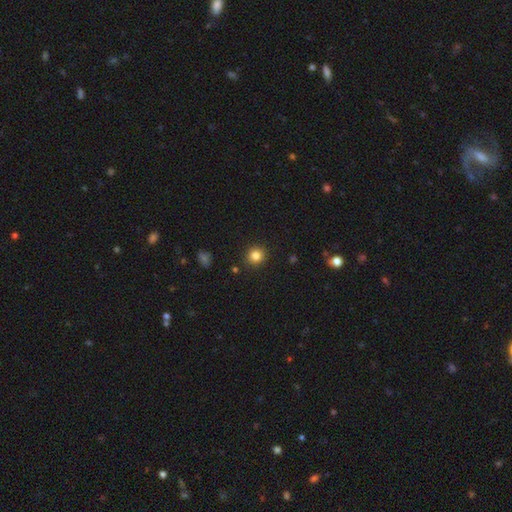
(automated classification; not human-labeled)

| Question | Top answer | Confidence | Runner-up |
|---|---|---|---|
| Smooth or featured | smooth | 83% | star or artifact (12%) |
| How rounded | round | 91% | in between (9%) |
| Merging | none | 91% | minor disturbance (6%) |